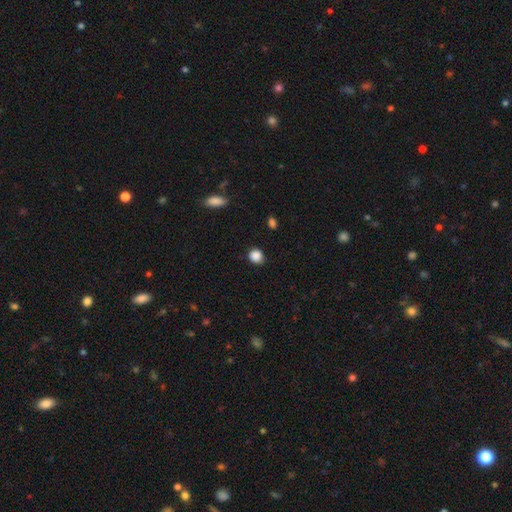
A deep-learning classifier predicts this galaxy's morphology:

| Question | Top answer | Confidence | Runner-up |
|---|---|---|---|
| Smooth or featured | smooth | 88% | star or artifact (9%) |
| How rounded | round | 78% | in between (21%) |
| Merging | none | 81% | minor disturbance (14%) |